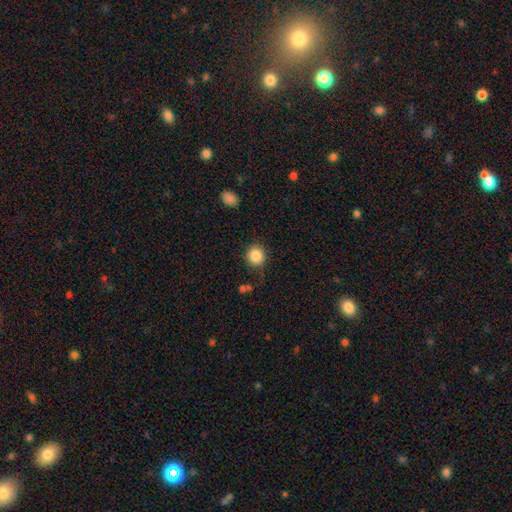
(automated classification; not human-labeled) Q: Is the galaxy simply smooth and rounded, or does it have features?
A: smooth — 86%.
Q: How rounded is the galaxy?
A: round — 87%.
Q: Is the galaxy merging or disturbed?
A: none — 79%.